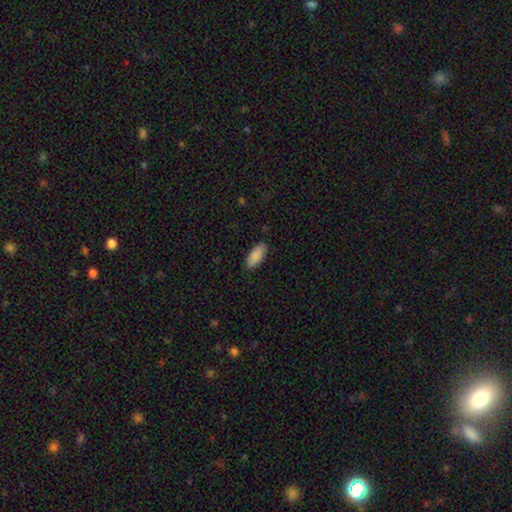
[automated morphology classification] Overall: smooth (90%). How rounded: in between (88%). Merging: none (87%).